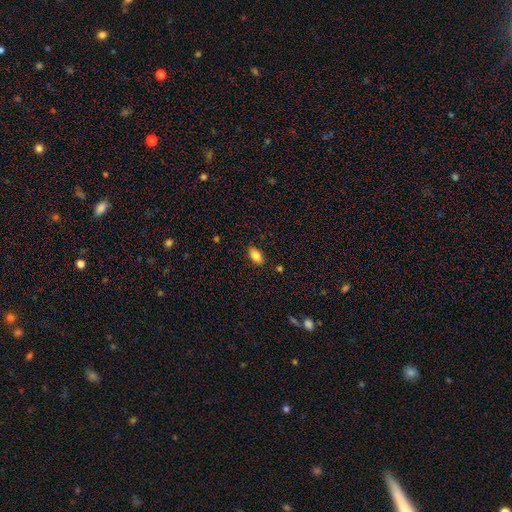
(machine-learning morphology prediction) smooth-or-featured: smooth: 84% | star or artifact: 9% | featured or disk: 7%
  how-rounded: in between: 90% | round: 7% | cigar-shaped: 3%
  merging: none: 87% | minor disturbance: 10% | major disturbance: 2% | merger: 1%